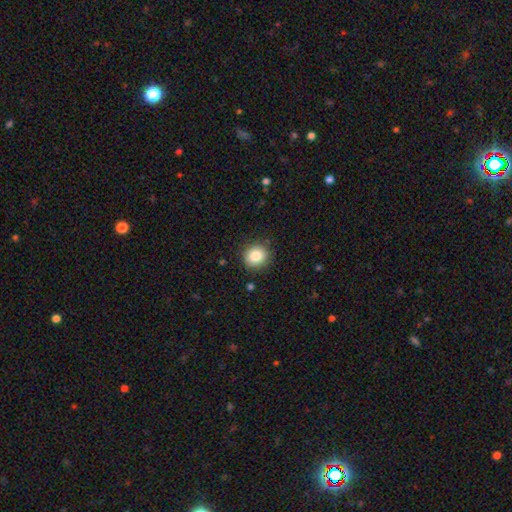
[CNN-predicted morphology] The model was most divided on "smooth or featured": smooth: 84%, star or artifact: 10%, featured or disk: 6%. More confident: how rounded — round (88%); merging — none (87%).